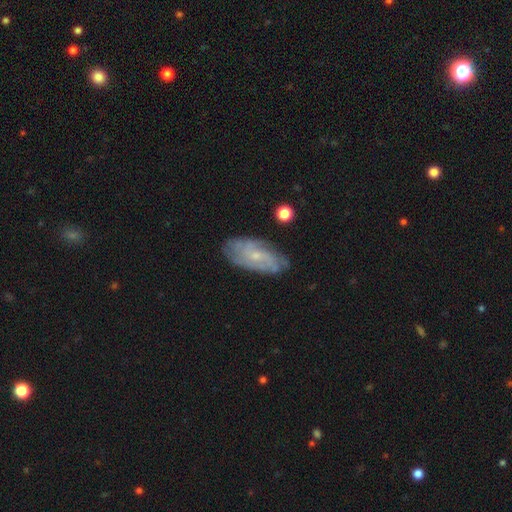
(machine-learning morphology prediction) This is likely a featured or disk galaxy (72%). It is clearly not viewed edge-on (93%). Bar: likely no (64%). Spiral arm pattern: clearly yes (90%). Spiral arm count: marginally can't tell (43%). Spiral winding: possibly tight (54%). Central bulge: likely small (72%). Merging: likely none (77%).